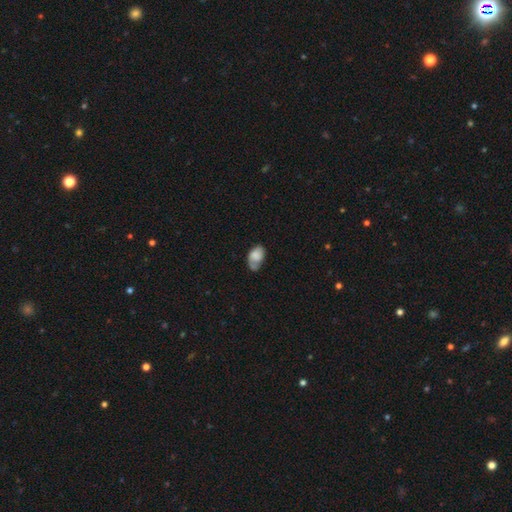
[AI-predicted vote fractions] Overall: smooth (69%). How rounded: in between (90%). Merging: none (39%; minor disturbance 37%).